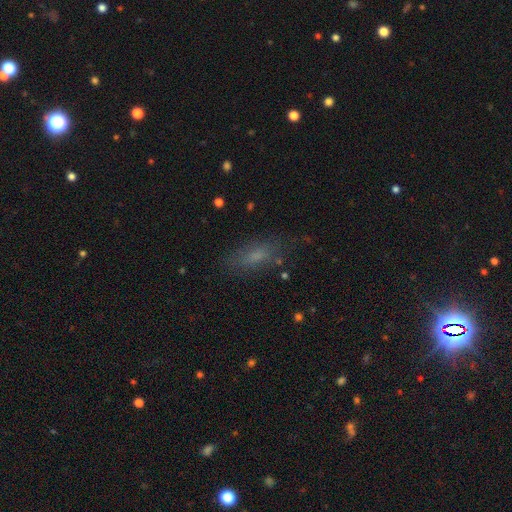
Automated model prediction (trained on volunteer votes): smooth 64%, featured or disk 20%, star or artifact 15%. Down the decision tree: how rounded — in between (68%); merging — none (72%).